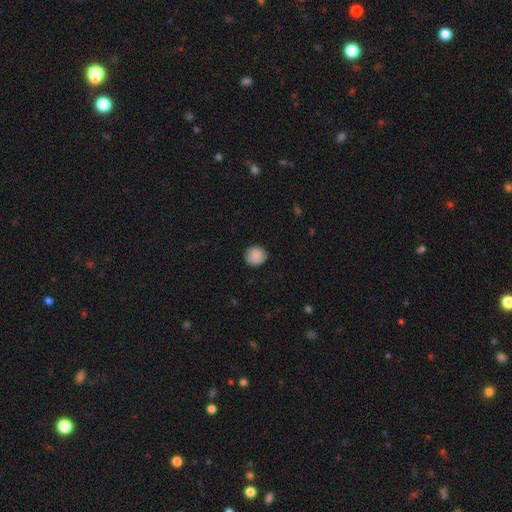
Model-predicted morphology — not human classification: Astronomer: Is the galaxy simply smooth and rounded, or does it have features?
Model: smooth — 88%.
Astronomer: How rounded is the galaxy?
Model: round — 90%.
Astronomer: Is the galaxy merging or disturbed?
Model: none — 87%.